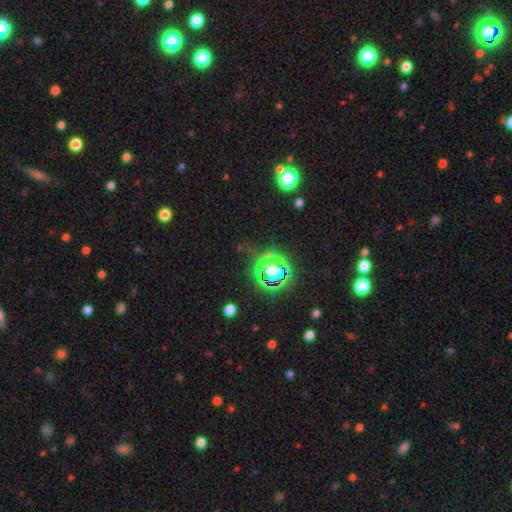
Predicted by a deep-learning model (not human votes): The model was most divided on "smooth or featured": star or artifact: 78%, smooth: 15%, featured or disk: 7%.